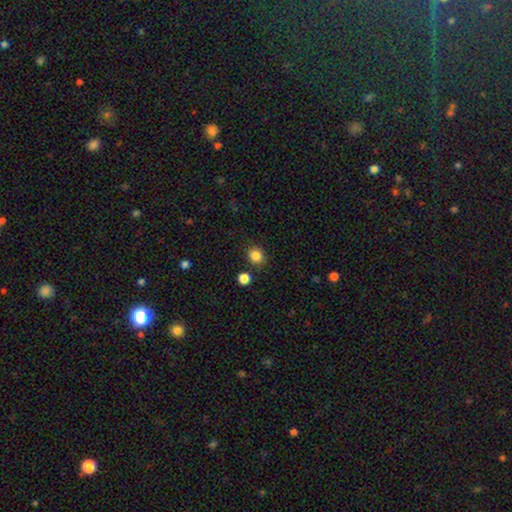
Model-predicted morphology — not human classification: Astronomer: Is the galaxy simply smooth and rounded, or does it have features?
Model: smooth — 85%.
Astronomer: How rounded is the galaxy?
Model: round — 83%.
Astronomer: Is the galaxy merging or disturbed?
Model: none — 84%.